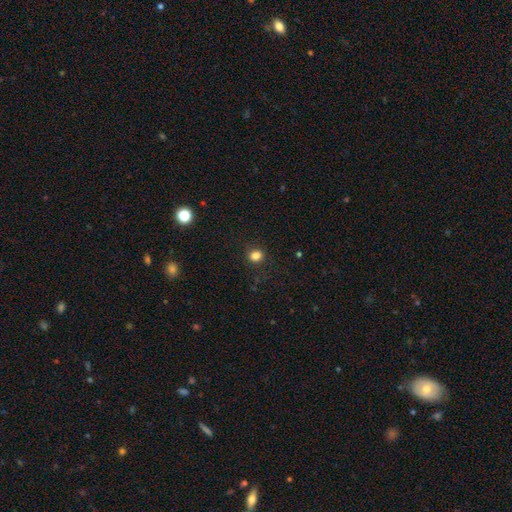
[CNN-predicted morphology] type=smooth (83%); roundness=round (74%); merging=none (88%).